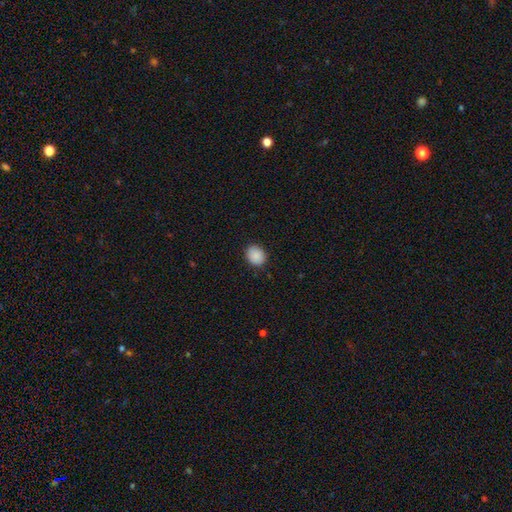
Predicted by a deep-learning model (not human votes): Morphology: type=smooth (89%); roundness=round (68%); merging=none (88%).